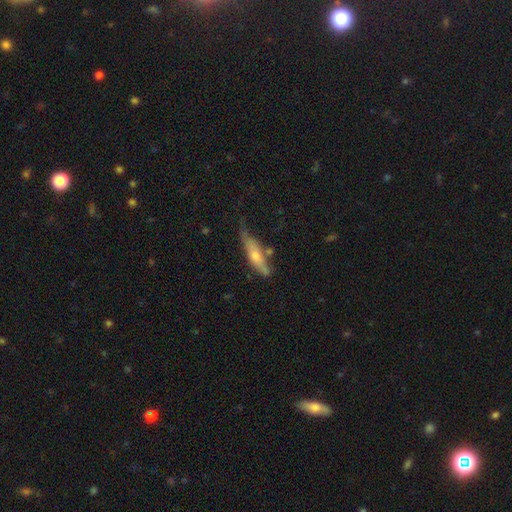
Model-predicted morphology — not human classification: A featured or disk galaxy (50%).

Vote fractions:
- Smooth or featured? featured or disk: 50% / smooth: 44% / star or artifact: 7%
- Merging? none: 53% / minor disturbance: 30% / major disturbance: 10% / merger: 7%